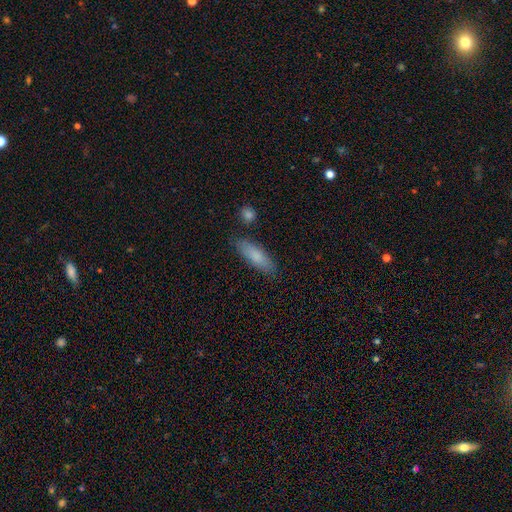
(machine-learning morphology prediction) Q: Smooth or featured?
A: smooth (81%); runner-up: featured or disk (13%)
Q: How rounded?
A: cigar-shaped (52%); runner-up: in between (46%)
Q: Merging?
A: none (82%); runner-up: minor disturbance (13%)